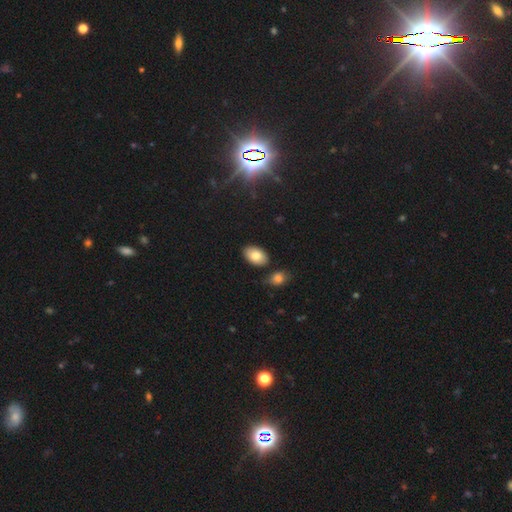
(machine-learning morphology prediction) smooth-or-featured: smooth: 82% | featured or disk: 11% | star or artifact: 7%
  how-rounded: in between: 92% | round: 7% | cigar-shaped: 1%
  merging: none: 79% | minor disturbance: 11% | merger: 8% | major disturbance: 3%